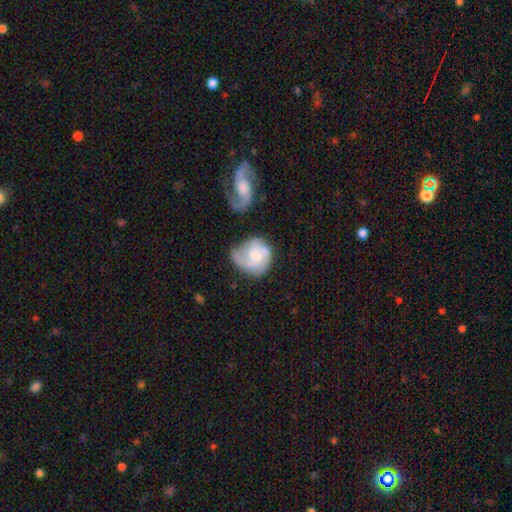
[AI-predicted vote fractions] smooth-or-featured: featured or disk: 66% | smooth: 27% | star or artifact: 6%
  disk-edge-on: no: 98% | yes: 2%
    bar: no: 68% | weak: 28% | strong: 4%
    has-spiral-arms: yes: 88% | no: 12%
      spiral-winding: medium: 43% | tight: 35% | loose: 21%
      spiral-arm-count: 3: 35% | 2: 28% | can't tell: 20% | 1: 8% | 4: 6% | more than 4: 4%
    bulge-size: moderate: 47% | small: 44% | none: 4% | large: 3% | dominant: 1%
  merging: none: 48% | minor disturbance: 26% | major disturbance: 18% | merger: 8%